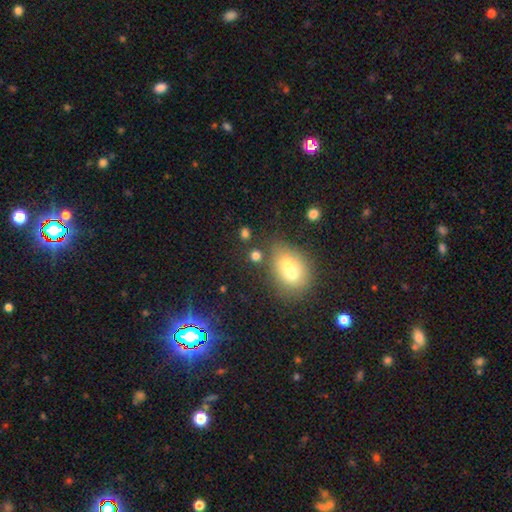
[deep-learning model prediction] smooth 71%, star or artifact 16%, featured or disk 13%. Down the decision tree: how rounded — round (70%); merging — none (48%).